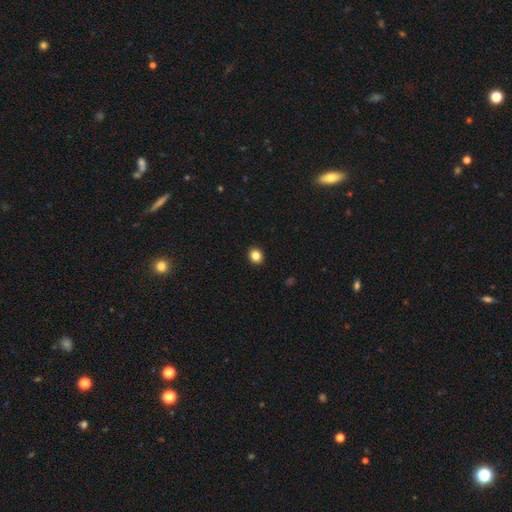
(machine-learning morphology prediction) A smooth galaxy with no disk features (85%) that is round (77%). Merging: none (93%).